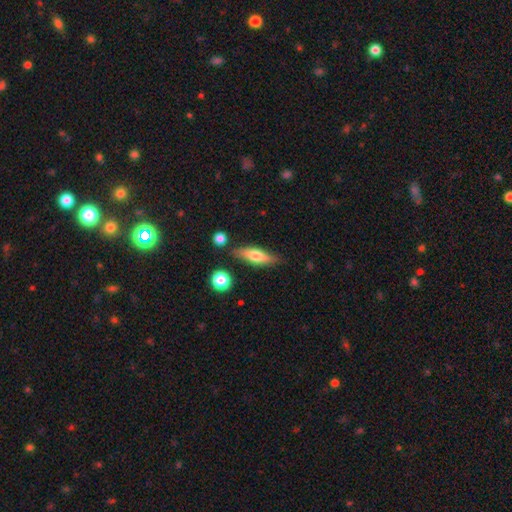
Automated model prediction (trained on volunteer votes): A smooth galaxy with no disk features (56%) that is cigar-shaped (53%). Merging: none (77%).